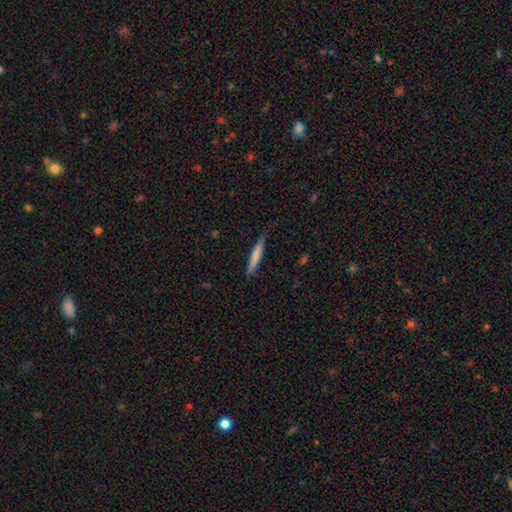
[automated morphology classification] Smooth or featured?
  - smooth: 68% *
  - featured or disk: 27%
  - star or artifact: 6%
How rounded?
  - cigar-shaped: 94% *
  - in between: 5%
  - round: 1%
Merging?
  - none: 81% *
  - minor disturbance: 15%
  - major disturbance: 2%
  - merger: 1%